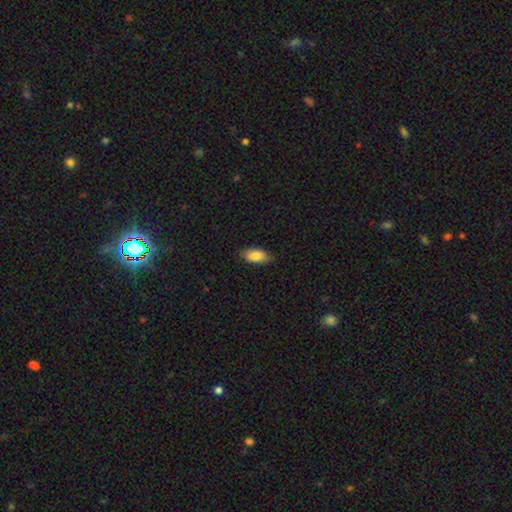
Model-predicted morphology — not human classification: smooth 86%, featured or disk 8%, star or artifact 6%. Down the decision tree: how rounded — in between (90%); merging — none (84%).